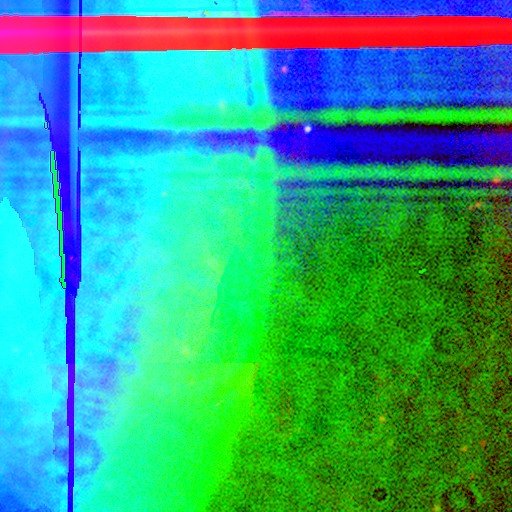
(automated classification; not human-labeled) smooth-or-featured: star or artifact: 79% | featured or disk: 13% | smooth: 8%